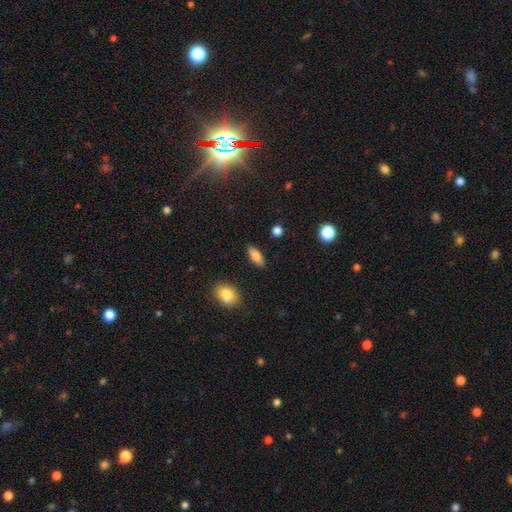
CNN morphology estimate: Overall: smooth (76%). How rounded: in between (75%). Merging: none (87%).